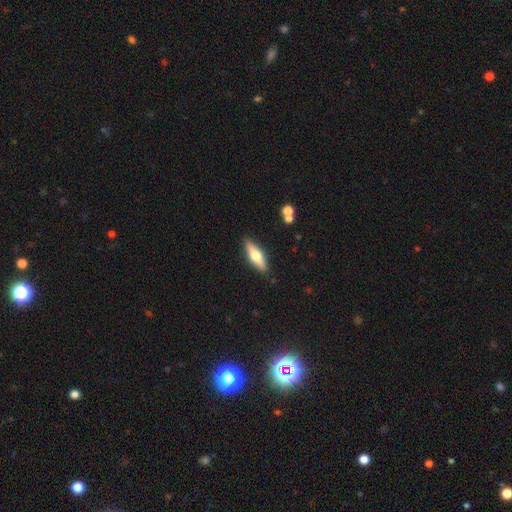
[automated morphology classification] Smooth or featured?
  - smooth: 48% *
  - featured or disk: 46%
  - star or artifact: 6%
Merging?
  - none: 88% *
  - minor disturbance: 8%
  - major disturbance: 2%
  - merger: 2%